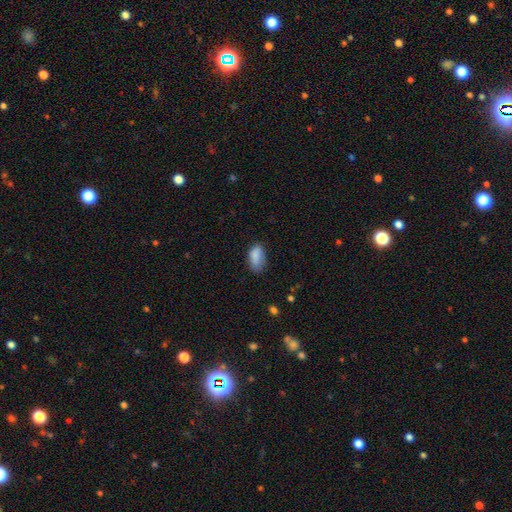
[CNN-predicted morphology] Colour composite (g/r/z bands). It shows a smooth galaxy with no disk features (86%) that is in between round and cigar-shaped (92%). Merging: none (67%).